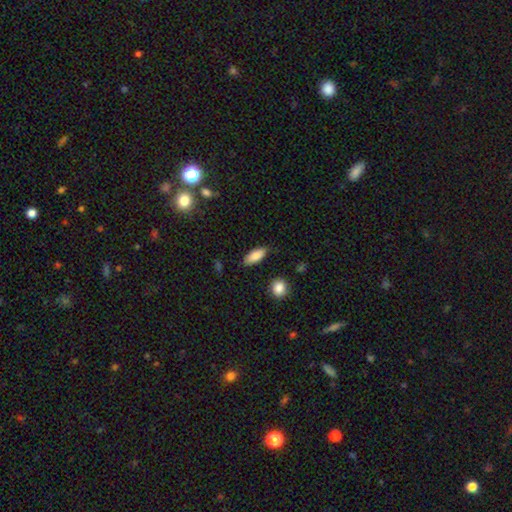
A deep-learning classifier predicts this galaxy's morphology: Smooth or featured? smooth (84%)
How rounded? in between (81%)
Merging? none (82%)